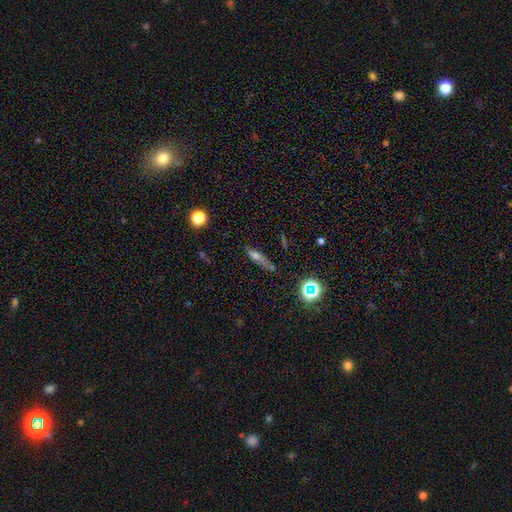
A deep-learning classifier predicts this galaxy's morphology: Overall: smooth (52%; featured or disk 29%). How rounded: cigar-shaped (66%; in between 26%). Merging: none (58%; minor disturbance 23%).